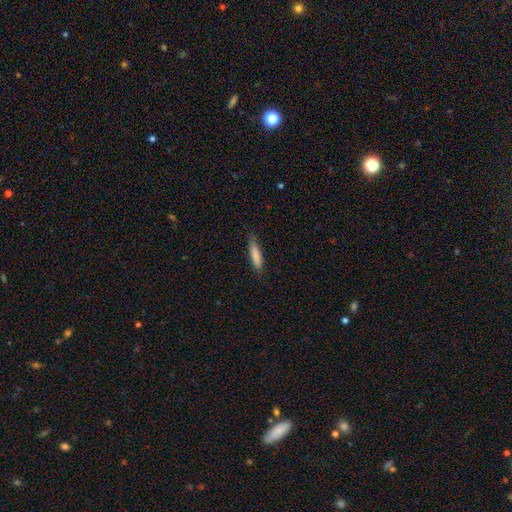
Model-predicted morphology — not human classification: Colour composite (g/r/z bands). It shows a smooth galaxy with no disk features (83%) that is cigar-shaped (80%). Merging: none (79%).